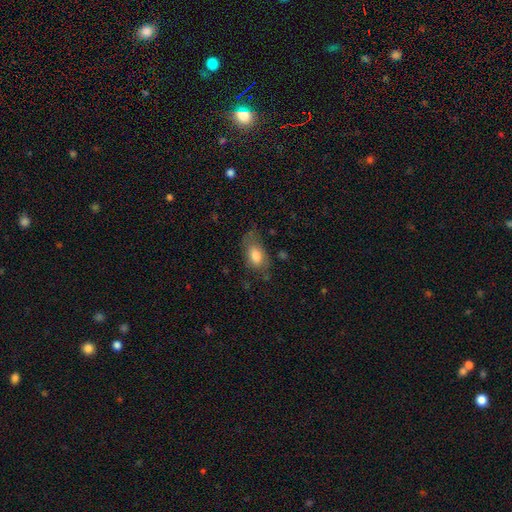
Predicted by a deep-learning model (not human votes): Smooth or featured?
  - smooth: 71% *
  - featured or disk: 22%
  - star or artifact: 7%
How rounded?
  - in between: 89% *
  - round: 7%
  - cigar-shaped: 4%
Merging?
  - none: 54% *
  - minor disturbance: 29%
  - major disturbance: 15%
  - merger: 2%